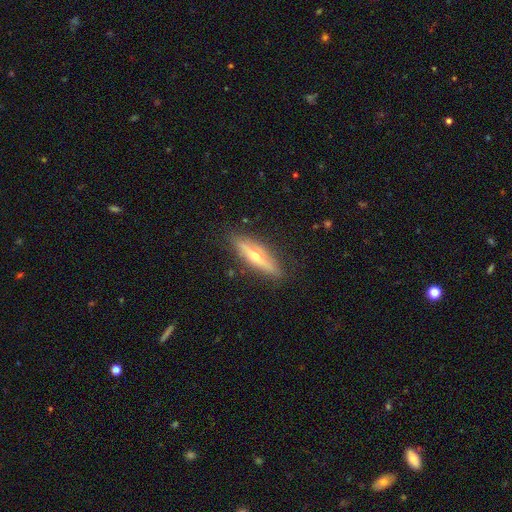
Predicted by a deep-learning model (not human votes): Smooth or featured? Predicted: featured or disk (p=0.67). Edge-on disk? Predicted: yes (p=0.92). Edge-on bulge? Predicted: rounded (p=0.90). Merging? Predicted: none (p=0.86).